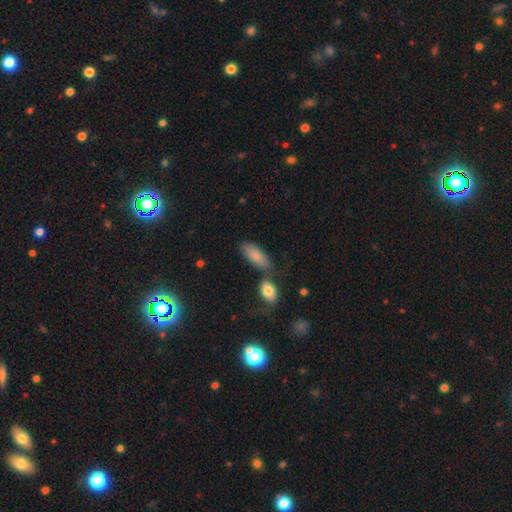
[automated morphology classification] The model was most divided on "merging": none: 62%, merger: 18%, minor disturbance: 15%, major disturbance: 5%. More confident: smooth or featured — smooth (83%); how rounded — in between (81%).